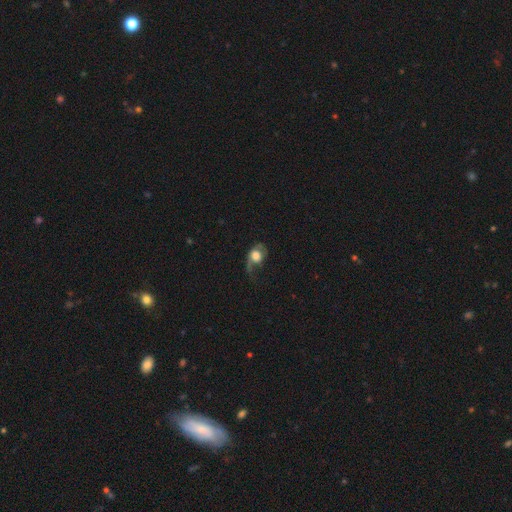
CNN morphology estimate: smooth_or_featured: smooth (p=0.56) [alt: featured or disk p=0.35]
how_rounded: round (p=0.59) [alt: in between p=0.40]
merging: major disturbance (p=0.50) [alt: none p=0.25]